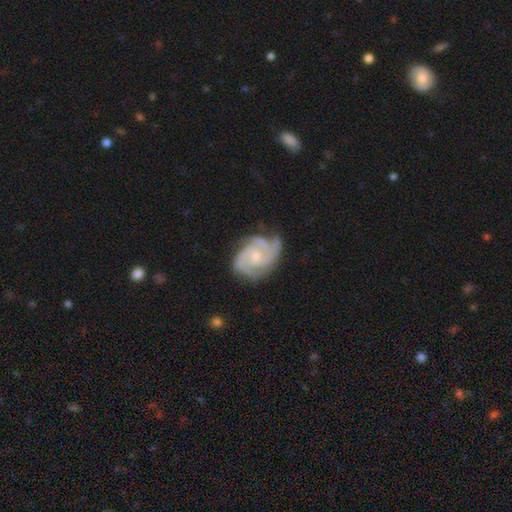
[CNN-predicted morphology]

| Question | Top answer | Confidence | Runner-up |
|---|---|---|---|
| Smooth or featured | featured or disk | 91% | smooth (5%) |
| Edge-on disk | no | 98% | yes (2%) |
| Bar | no | 61% | weak (32%) |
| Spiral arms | yes | 98% | no (2%) |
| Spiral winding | tight | 60% | medium (36%) |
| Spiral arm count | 3 | 49% | 2 (31%) |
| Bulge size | small | 55% | moderate (38%) |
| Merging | none | 70% | minor disturbance (22%) |